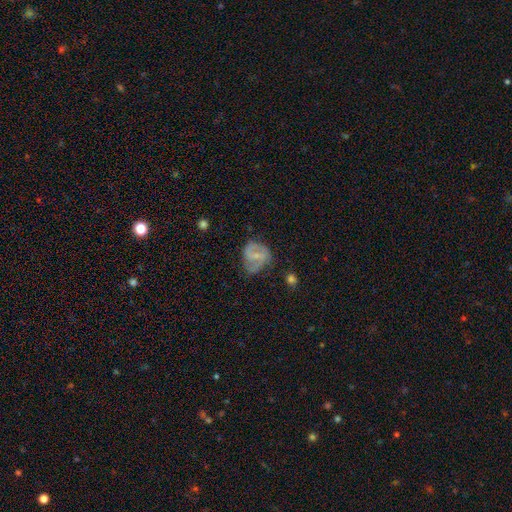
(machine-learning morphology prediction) This is likely a featured or disk galaxy (62%). It is clearly not viewed edge-on (97%). Bar: possibly weak (51%). Spiral arm pattern: clearly yes (80%). Central bulge: possibly small (57%). Merging: possibly none (50%).